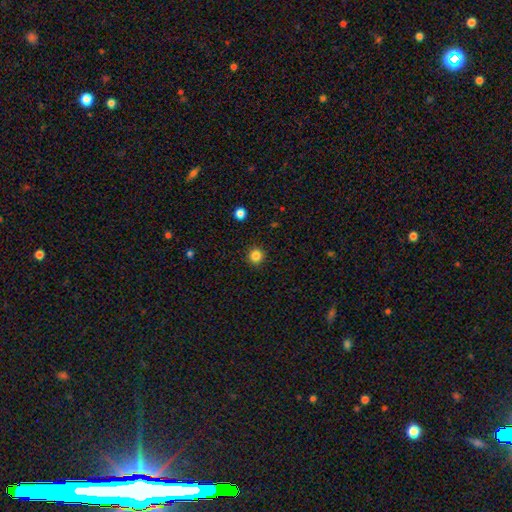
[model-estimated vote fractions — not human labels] Smooth or featured?
  - smooth: 84% *
  - star or artifact: 12%
  - featured or disk: 4%
How rounded?
  - round: 95% *
  - in between: 4%
  - cigar-shaped: 1%
Merging?
  - none: 92% *
  - minor disturbance: 5%
  - major disturbance: 2%
  - merger: 1%